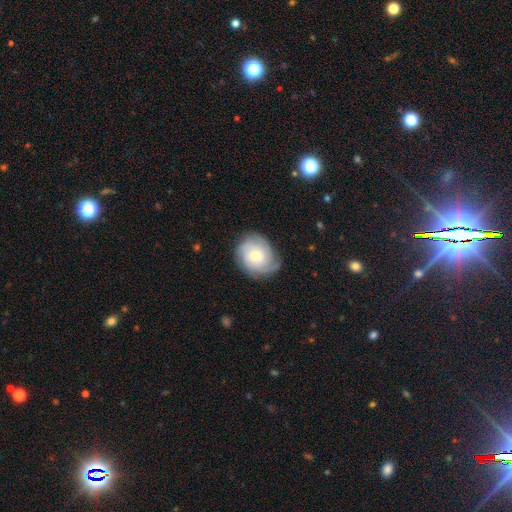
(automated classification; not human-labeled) The model was most divided on "bulge size": small: 50%, moderate: 43%, large: 4%, none: 2%, dominant: 1%. Remaining: edge-on disk — no (97%); spiral arms — yes (90%); bar — no (76%); merging — none (73%); smooth or featured — featured or disk (59%); spiral winding — tight (59%); spiral arm count — can't tell (35%).